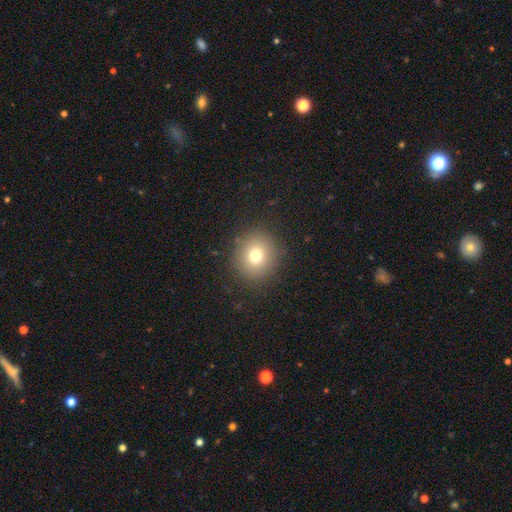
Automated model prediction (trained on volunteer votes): smooth-or-featured: smooth: 73% | star or artifact: 15% | featured or disk: 11%
  how-rounded: round: 88% | in between: 11% | cigar-shaped: 1%
  merging: none: 88% | minor disturbance: 7% | major disturbance: 3% | merger: 1%